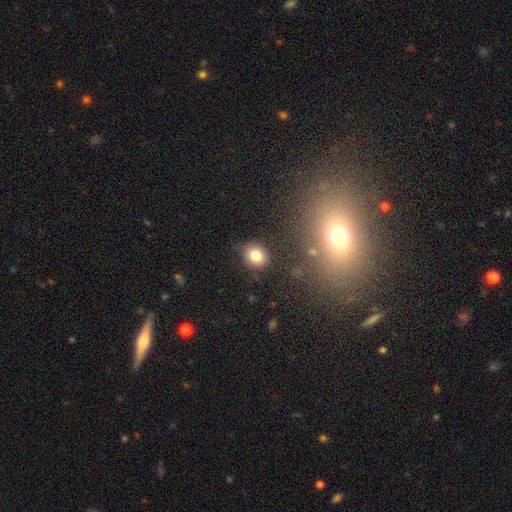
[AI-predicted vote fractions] Morphology: type=smooth (81%); roundness=round (70%); merging=none (83%).